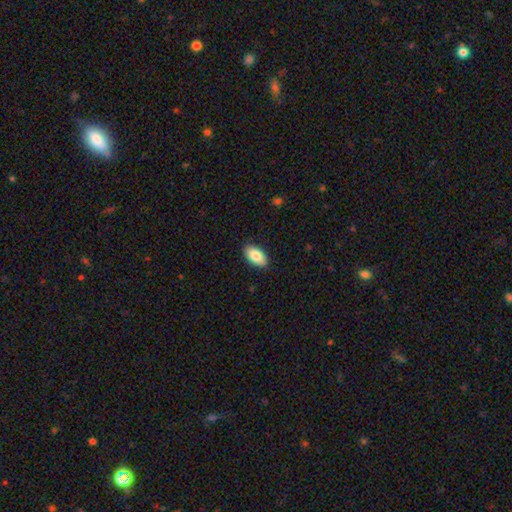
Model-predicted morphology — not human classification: A smooth galaxy with no disk features (85%) that is in between round and cigar-shaped (94%). Merging: none (88%).